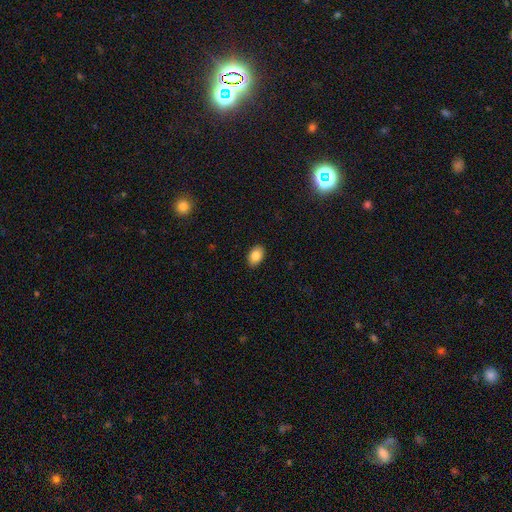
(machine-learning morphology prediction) The model was most divided on "how rounded": in between: 86%, round: 13%, cigar-shaped: 1%. More confident: merging — none (88%); smooth or featured — smooth (86%).